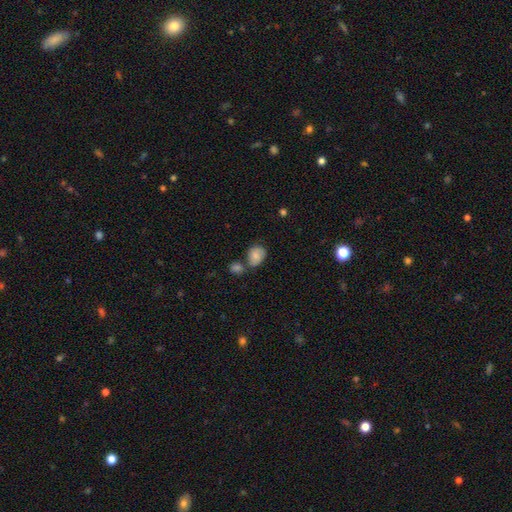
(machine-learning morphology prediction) A smooth galaxy with no disk features (74%) that is in between round and cigar-shaped (55%).

Vote fractions:
- Smooth or featured? smooth: 74% / featured or disk: 17% / star or artifact: 9%
- How rounded? in between: 55% / round: 43% / cigar-shaped: 1%
- Merging? none: 45% / merger: 32% / minor disturbance: 17% / major disturbance: 5%